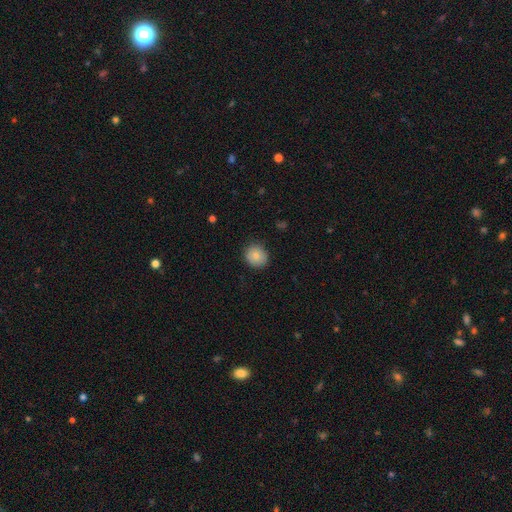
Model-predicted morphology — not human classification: The model was most divided on "how rounded": round: 85%, in between: 14%, cigar-shaped: 1%. More confident: merging — none (85%); smooth or featured — smooth (82%).